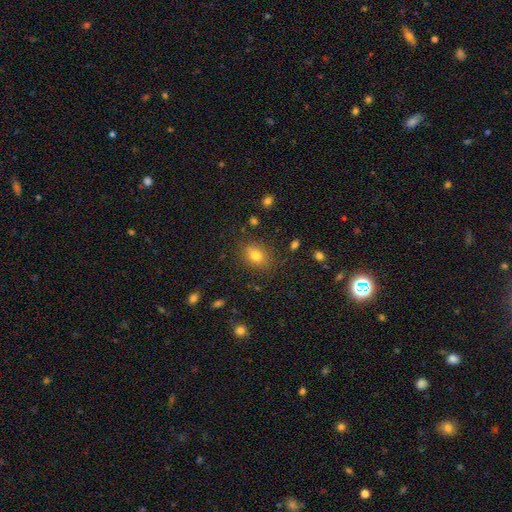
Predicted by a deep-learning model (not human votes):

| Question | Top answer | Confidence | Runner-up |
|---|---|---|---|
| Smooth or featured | smooth | 78% | star or artifact (13%) |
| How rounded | in between | 61% | round (38%) |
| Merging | none | 80% | minor disturbance (14%) |